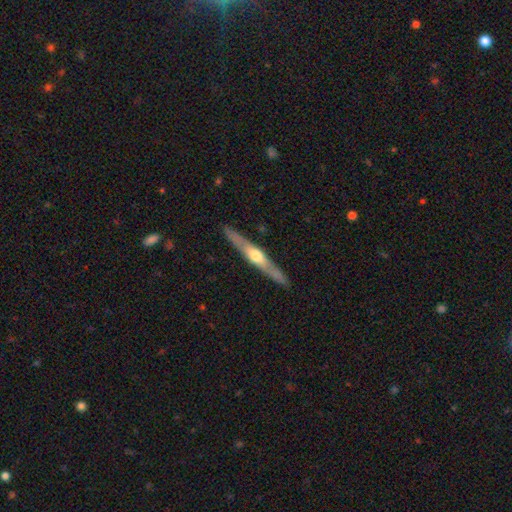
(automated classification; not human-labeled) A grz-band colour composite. It shows a featured or disk galaxy (69%) viewed edge-on (96%) with a rounded central bulge (90%). Merging: none (90%).